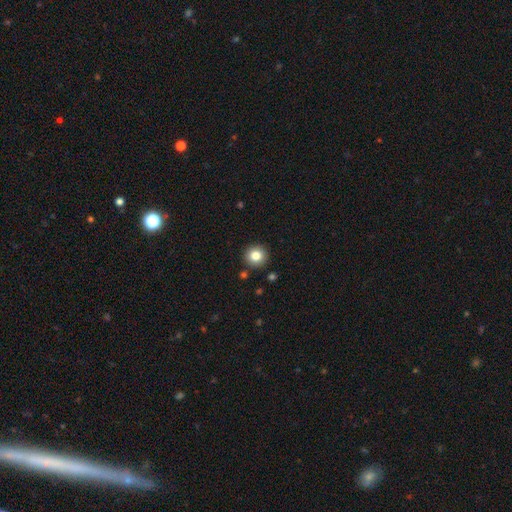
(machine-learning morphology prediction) Smooth or featured: smooth — 82% (star or artifact — 10%)
How rounded: round — 94% (in between — 5%)
Merging: none — 91% (minor disturbance — 6%)